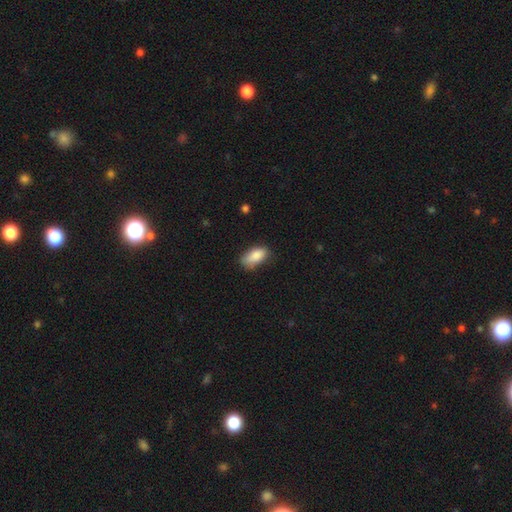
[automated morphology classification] type=smooth (86%); roundness=in between (91%); merging=none (63%).